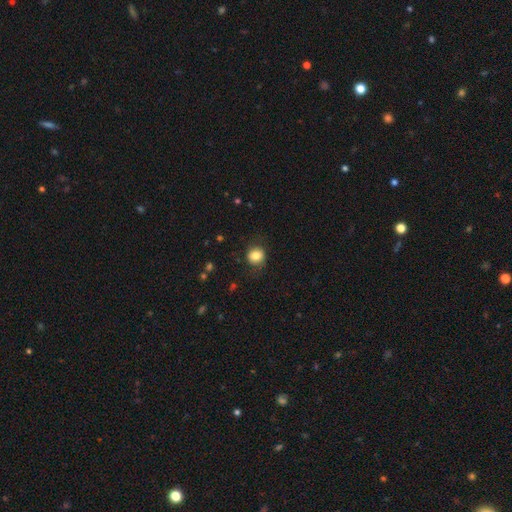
This is clearly a smooth galaxy (87%). How rounded: clearly round (91%). Merging: clearly none (84%).